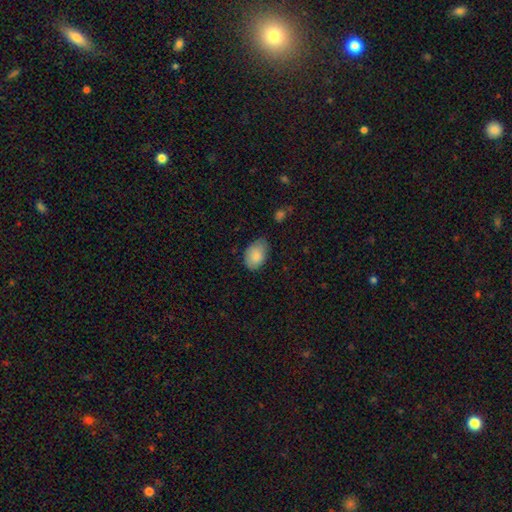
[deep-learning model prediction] The model was most divided on "merging": none: 59%, minor disturbance: 33%, major disturbance: 6%, merger: 2%. More confident: how rounded — in between (87%); smooth or featured — smooth (86%).